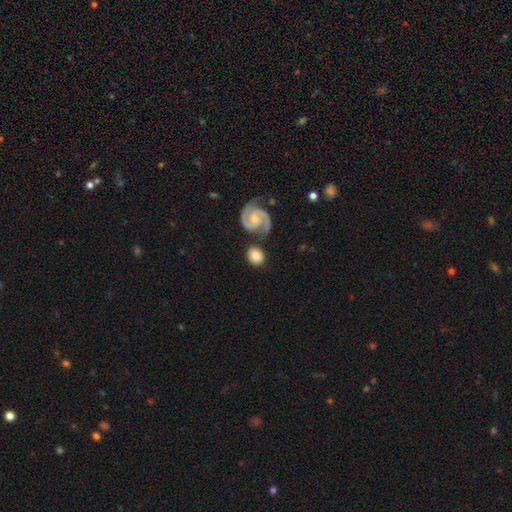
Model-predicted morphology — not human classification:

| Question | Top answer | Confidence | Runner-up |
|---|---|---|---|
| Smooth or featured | smooth | 59% | featured or disk (35%) |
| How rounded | round | 77% | in between (21%) |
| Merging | none | 69% | merger (15%) |